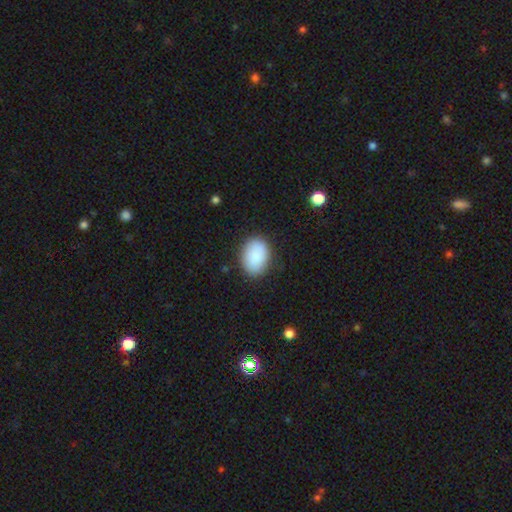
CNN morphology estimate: Smooth or featured: smooth — 89% (star or artifact — 6%)
How rounded: in between — 78% (round — 21%)
Merging: none — 84% (minor disturbance — 12%)